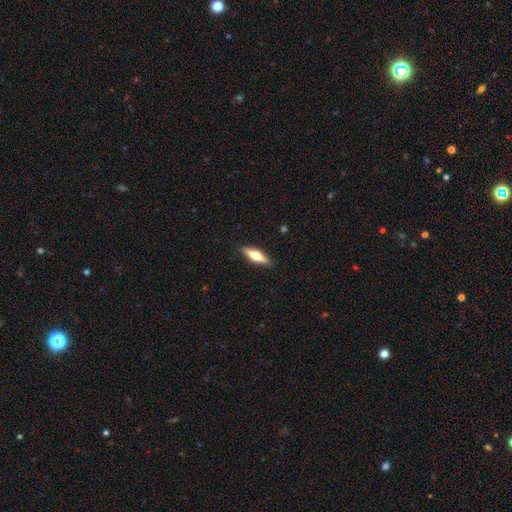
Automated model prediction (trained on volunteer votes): A smooth galaxy with no disk features (51%) that is cigar-shaped (62%).

Vote fractions:
- Smooth or featured? smooth: 51% / featured or disk: 43% / star or artifact: 6%
- How rounded? cigar-shaped: 62% / in between: 35% / round: 2%
- Merging? none: 89% / minor disturbance: 8% / major disturbance: 2% / merger: 1%